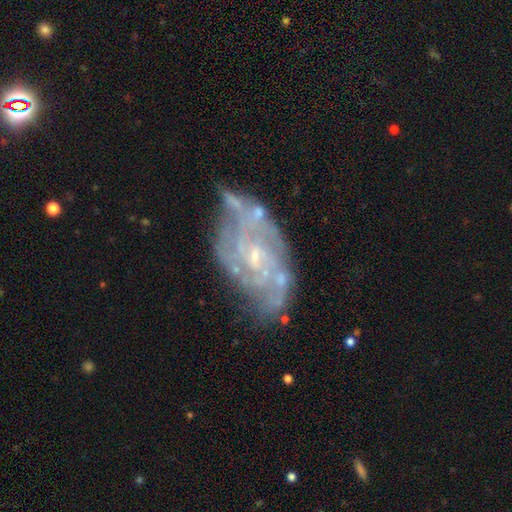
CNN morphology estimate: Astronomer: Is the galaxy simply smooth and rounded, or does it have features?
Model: featured or disk — 85%.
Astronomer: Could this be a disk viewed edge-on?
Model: no — 96%.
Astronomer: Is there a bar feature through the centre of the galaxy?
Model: no — 59%.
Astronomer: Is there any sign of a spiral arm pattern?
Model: yes — 92%.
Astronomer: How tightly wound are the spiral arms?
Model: tight — 60%.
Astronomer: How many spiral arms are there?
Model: can't tell — 36% (runner-up: 2, 20%).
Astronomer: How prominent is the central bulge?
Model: small — 70%.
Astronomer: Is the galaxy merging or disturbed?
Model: none — 60%.